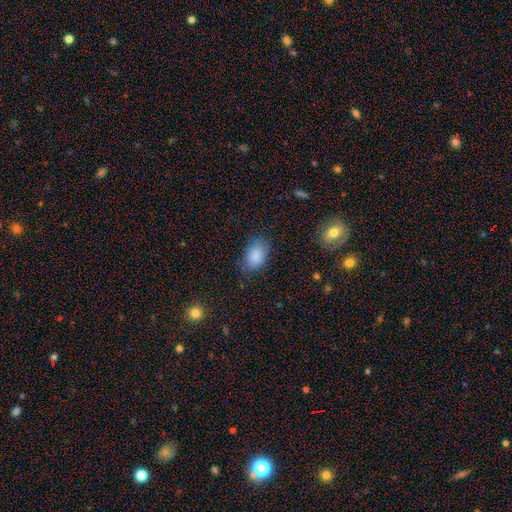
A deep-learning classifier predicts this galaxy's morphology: A smooth galaxy with no disk features (86%) that is in between round and cigar-shaped (87%). Merging: none (73%).